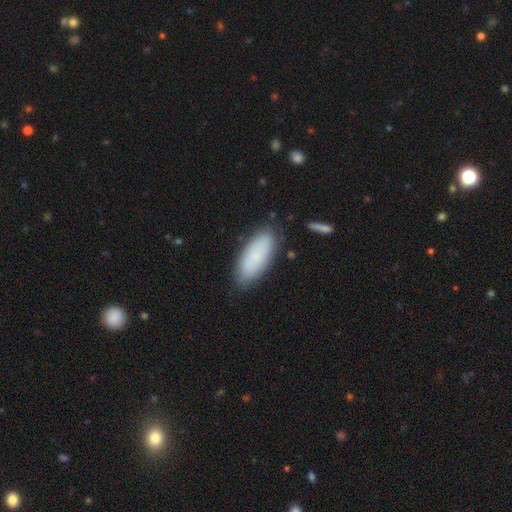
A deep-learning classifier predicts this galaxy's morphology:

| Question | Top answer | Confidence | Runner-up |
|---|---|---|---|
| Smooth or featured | smooth | 82% | featured or disk (11%) |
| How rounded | in between | 82% | cigar-shaped (16%) |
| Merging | none | 82% | minor disturbance (13%) |